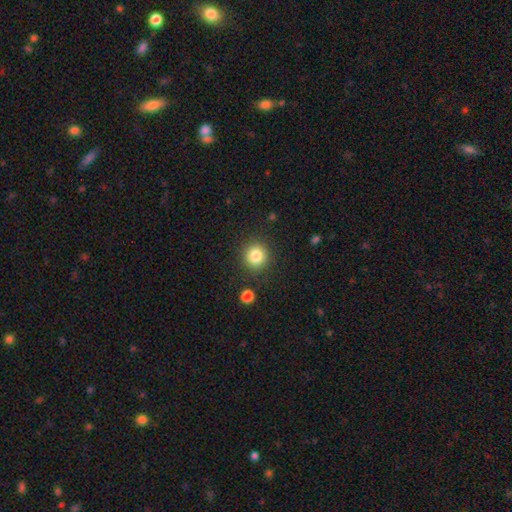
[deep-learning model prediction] Morphology: type=smooth (82%); roundness=round (90%); merging=none (87%).